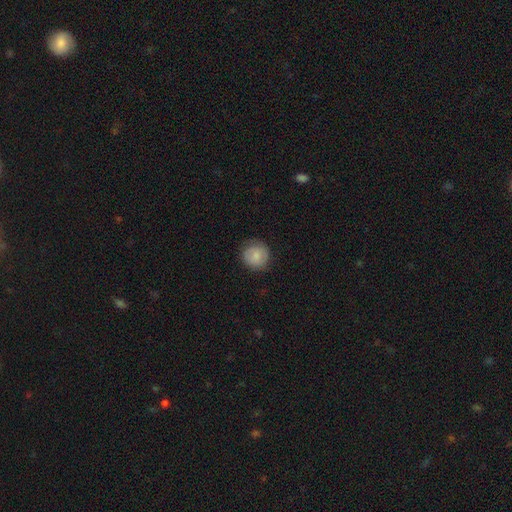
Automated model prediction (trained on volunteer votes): Smooth or featured: smooth — 81% (featured or disk — 12%)
How rounded: round — 91% (in between — 8%)
Merging: none — 82% (minor disturbance — 14%)